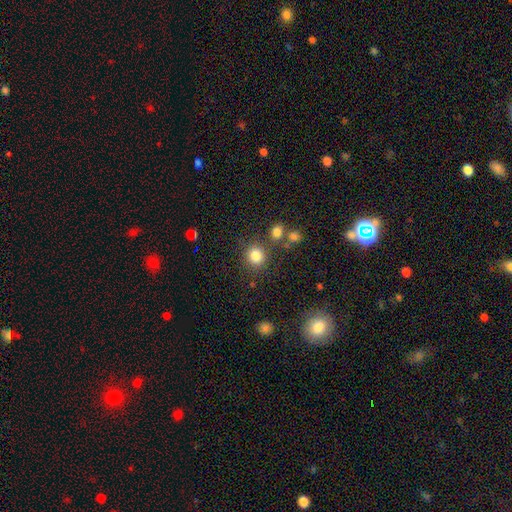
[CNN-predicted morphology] type=smooth (83%); roundness=round (85%); merging=none (79%).